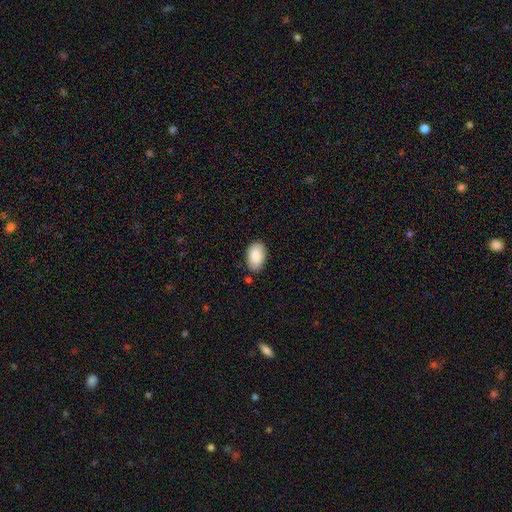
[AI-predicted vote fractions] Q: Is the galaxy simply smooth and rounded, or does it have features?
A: smooth — 87%.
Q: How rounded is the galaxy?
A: in between — 91%.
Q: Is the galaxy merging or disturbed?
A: none — 81%.